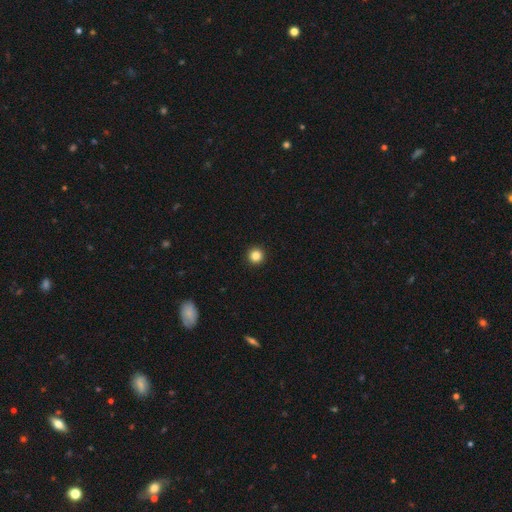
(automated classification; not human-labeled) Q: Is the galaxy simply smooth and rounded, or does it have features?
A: smooth — 85%.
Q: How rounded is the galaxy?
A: round — 96%.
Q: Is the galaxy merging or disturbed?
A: none — 94%.